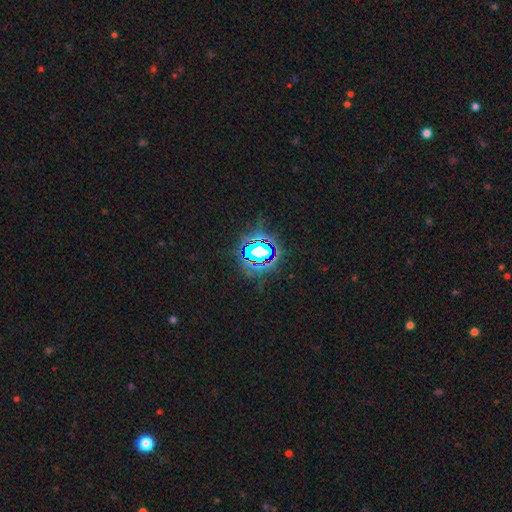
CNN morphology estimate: Smooth or featured: star or artifact — 80% (smooth — 12%)